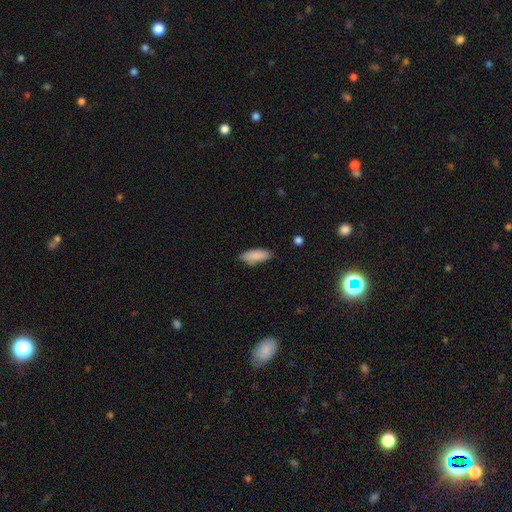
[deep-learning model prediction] smooth 88%, star or artifact 6%, featured or disk 6%. Down the decision tree: how rounded — in between (71%); merging — none (82%).